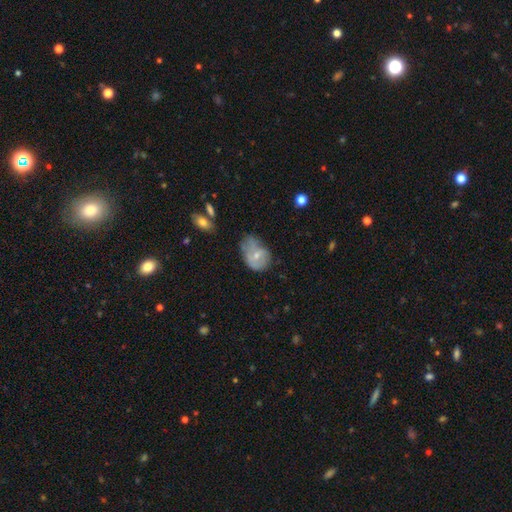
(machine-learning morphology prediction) smooth-or-featured: smooth: 55% | featured or disk: 37% | star or artifact: 8%
  how-rounded: in between: 65% | round: 34% | cigar-shaped: 1%
  merging: minor disturbance: 40% | none: 28% | major disturbance: 24% | merger: 7%